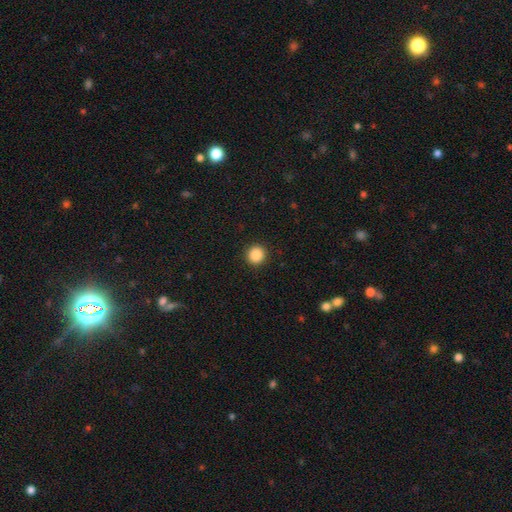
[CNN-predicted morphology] Overall: smooth (89%). How rounded: round (92%). Merging: none (92%).